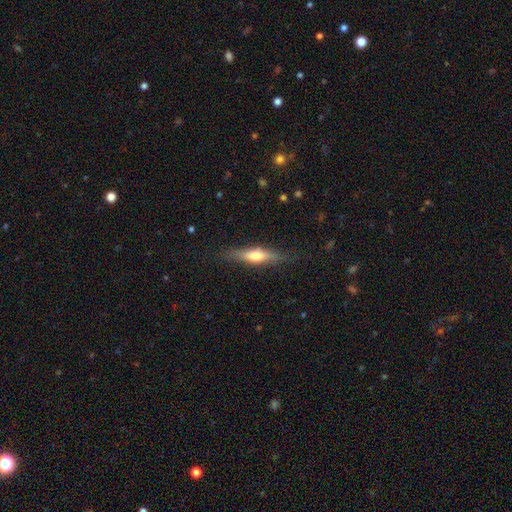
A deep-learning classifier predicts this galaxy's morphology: A smooth galaxy with no disk features (50%).

Vote fractions:
- Smooth or featured? smooth: 50% / featured or disk: 44% / star or artifact: 6%
- Merging? none: 79% / minor disturbance: 15% / major disturbance: 4% / merger: 1%